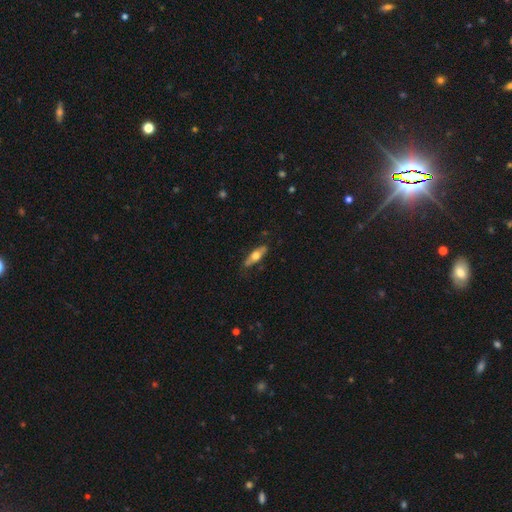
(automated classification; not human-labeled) Overall: smooth (51%; featured or disk 44%). How rounded: in between (49%; cigar-shaped 48%). Merging: none (80%).